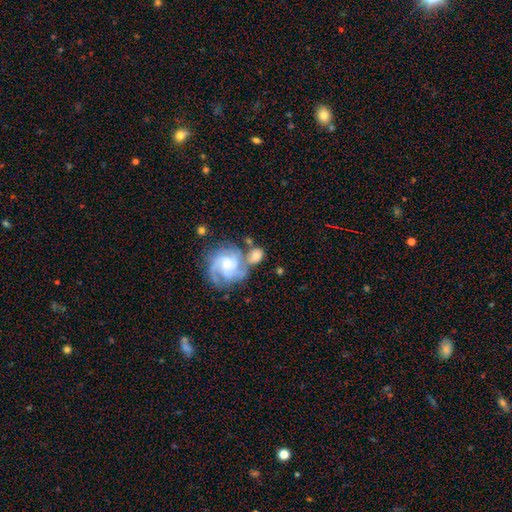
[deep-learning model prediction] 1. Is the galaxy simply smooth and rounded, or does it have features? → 63% featured or disk, 29% smooth, 8% star or artifact.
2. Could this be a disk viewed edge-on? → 97% no, 3% yes.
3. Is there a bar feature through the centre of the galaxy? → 65% no, 28% weak, 7% strong.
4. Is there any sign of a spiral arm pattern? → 91% yes, 9% no.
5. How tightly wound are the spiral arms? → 50% tight, 39% medium, 11% loose.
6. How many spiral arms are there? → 43% 3, 18% can't tell, 17% 2, 13% 4, 5% 1, 5% more than 4.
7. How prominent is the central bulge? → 54% small, 34% moderate, 5% large, 5% none, 2% dominant.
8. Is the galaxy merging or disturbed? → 42% none, 33% merger, 16% minor disturbance, 9% major disturbance.